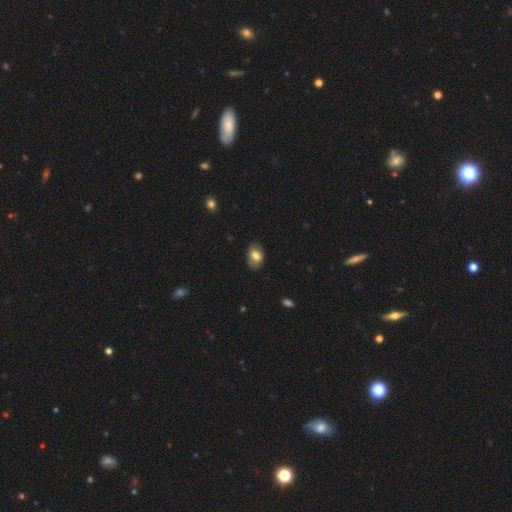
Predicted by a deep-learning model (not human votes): smooth_or_featured: smooth (p=0.77) [alt: featured or disk p=0.15]
how_rounded: in between (p=0.85) [alt: round p=0.14]
merging: none (p=0.78) [alt: minor disturbance p=0.17]